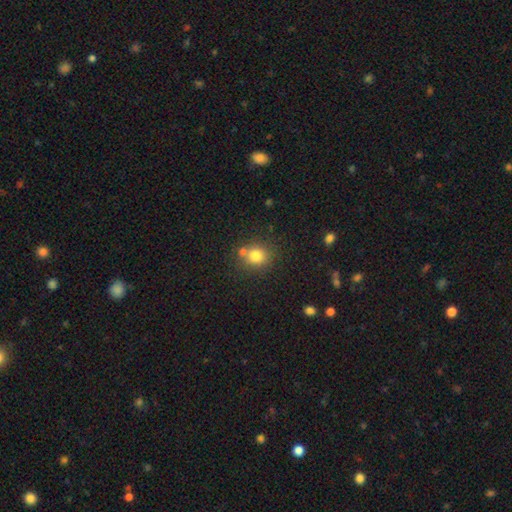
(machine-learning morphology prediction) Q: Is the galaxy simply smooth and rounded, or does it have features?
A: smooth — 80%.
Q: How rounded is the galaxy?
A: round — 81%.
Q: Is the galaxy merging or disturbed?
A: none — 68%.